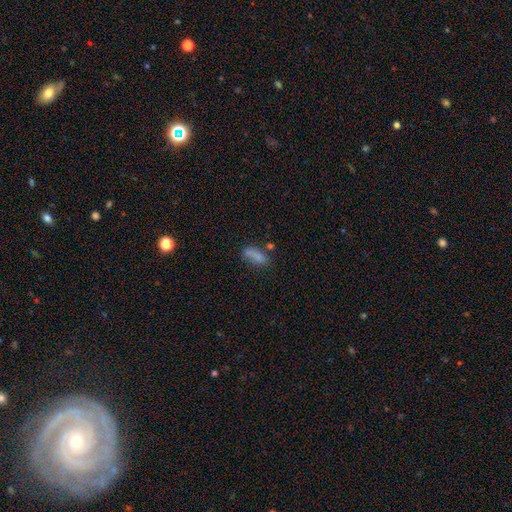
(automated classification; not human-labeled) smooth-or-featured: smooth: 77% | featured or disk: 12% | star or artifact: 11%
  how-rounded: in between: 68% | cigar-shaped: 28% | round: 4%
  merging: none: 52% | minor disturbance: 22% | merger: 15% | major disturbance: 11%